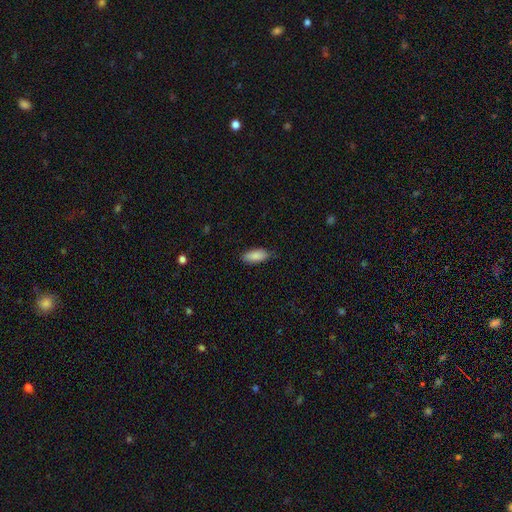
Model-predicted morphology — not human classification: smooth_or_featured: smooth (p=0.88) [alt: star or artifact p=0.06]
how_rounded: in between (p=0.83) [alt: cigar-shaped p=0.15]
merging: none (p=0.80) [alt: minor disturbance p=0.16]